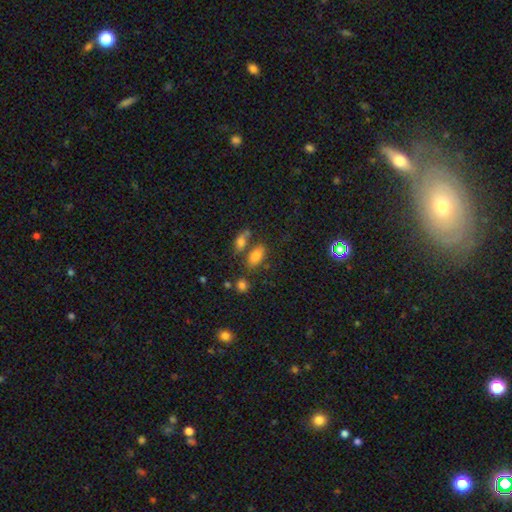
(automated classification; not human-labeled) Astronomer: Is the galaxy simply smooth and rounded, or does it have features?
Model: smooth — 77%.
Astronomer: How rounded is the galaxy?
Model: in between — 87%.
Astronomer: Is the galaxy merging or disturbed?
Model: none — 58%.